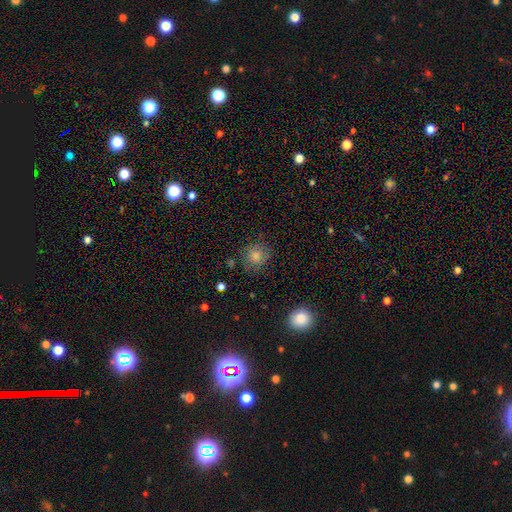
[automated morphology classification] This is possibly a smooth galaxy (54%). How rounded: clearly round (89%). Merging: clearly none (83%).